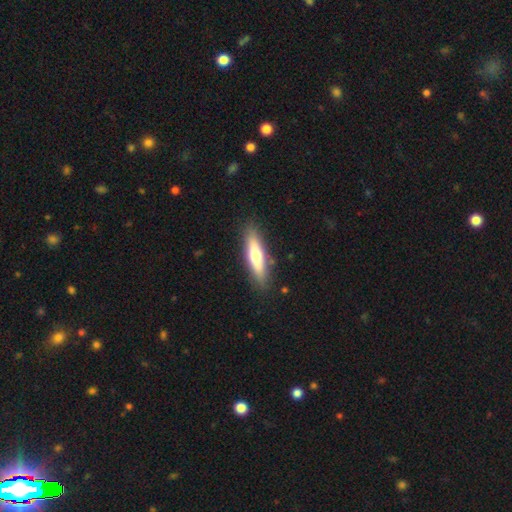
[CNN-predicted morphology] A smooth galaxy with no disk features (55%) that is cigar-shaped (74%).

Vote fractions:
- Smooth or featured? smooth: 55% / featured or disk: 39% / star or artifact: 6%
- How rounded? cigar-shaped: 74% / in between: 25% / round: 2%
- Merging? none: 85% / minor disturbance: 10% / major disturbance: 3% / merger: 2%